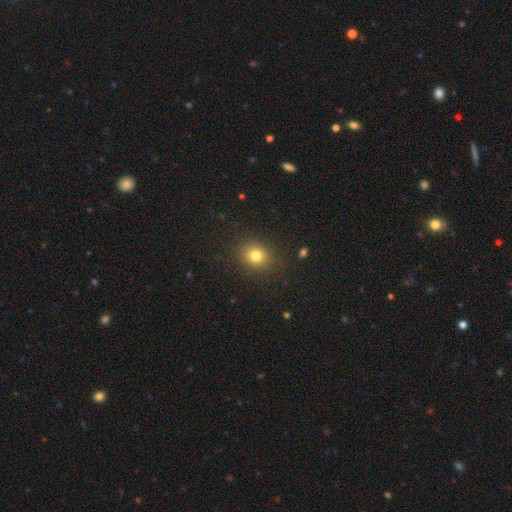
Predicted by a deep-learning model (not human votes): Smooth or featured: smooth — 80% (star or artifact — 13%)
How rounded: round — 72% (in between — 27%)
Merging: none — 88% (minor disturbance — 8%)